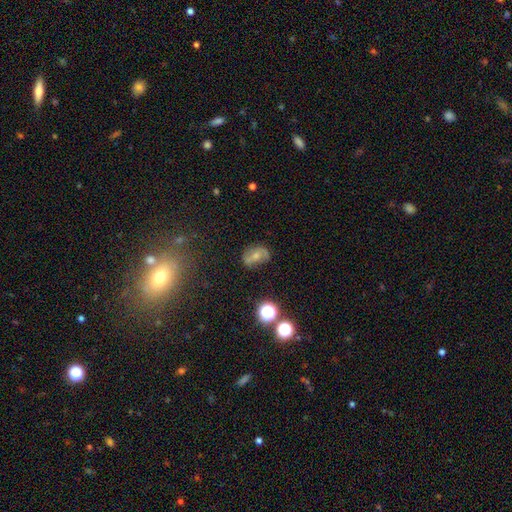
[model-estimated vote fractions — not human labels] Smooth or featured: smooth — 45% (featured or disk — 39%)
Merging: none — 64% (minor disturbance — 24%)